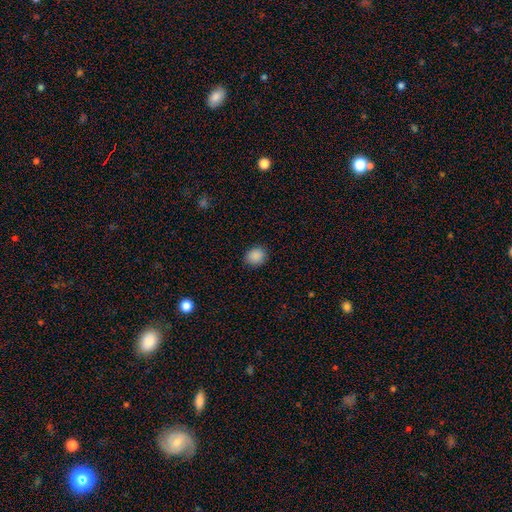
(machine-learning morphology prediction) This appears to be a smooth galaxy with no disk features (88%) that is round (63%). Merging: none (86%).